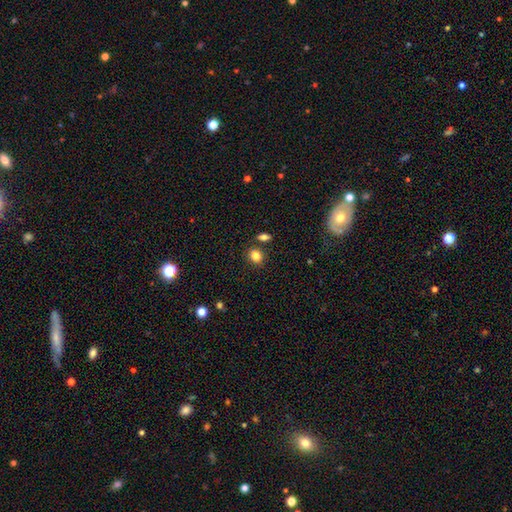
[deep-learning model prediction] Smooth or featured: smooth — 83% (star or artifact — 11%)
How rounded: round — 55% (in between — 44%)
Merging: none — 79% (minor disturbance — 9%)